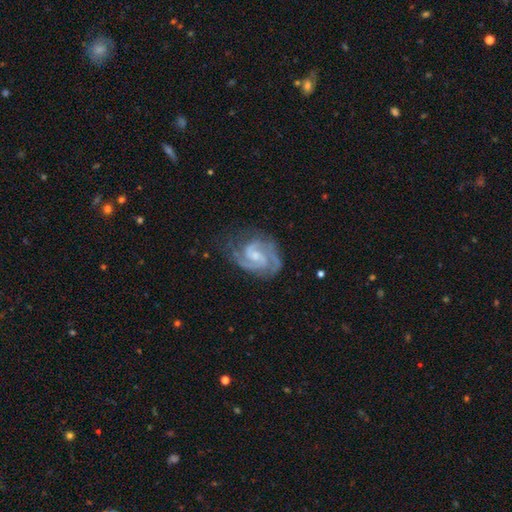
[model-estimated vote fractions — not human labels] Overall: featured or disk (92%). Edge-on disk: no (98%). Bar: weak (50%; no 40%). Spiral arms: yes (98%). Spiral arm count: 2 (70%). Spiral winding: tight (48%; medium 46%). Bulge size: small (51%; moderate 34%). Merging: none (70%).